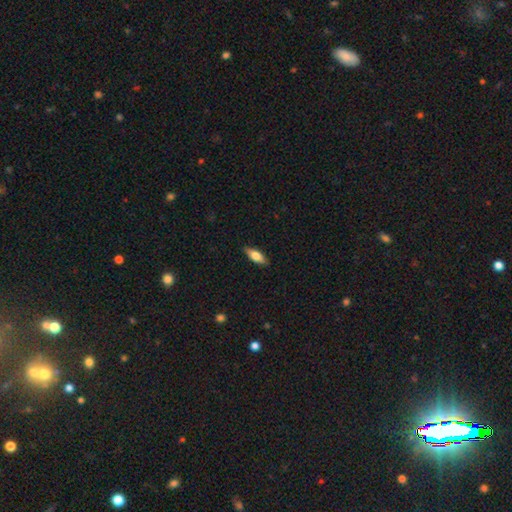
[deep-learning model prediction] This appears to be a smooth galaxy with no disk features (68%) that is in between round and cigar-shaped (69%). Merging: none (88%).